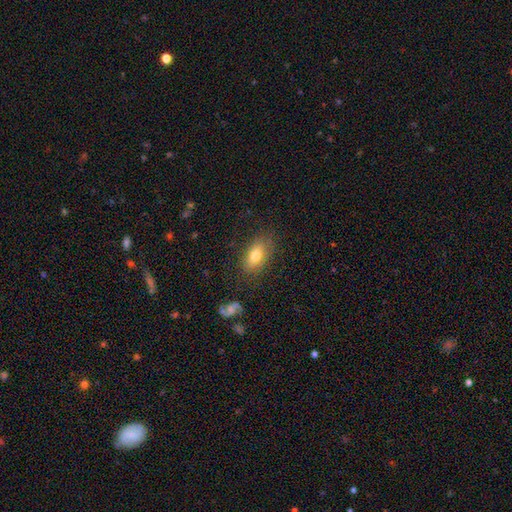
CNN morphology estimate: Overall: smooth (75%). How rounded: in between (87%). Merging: none (79%).